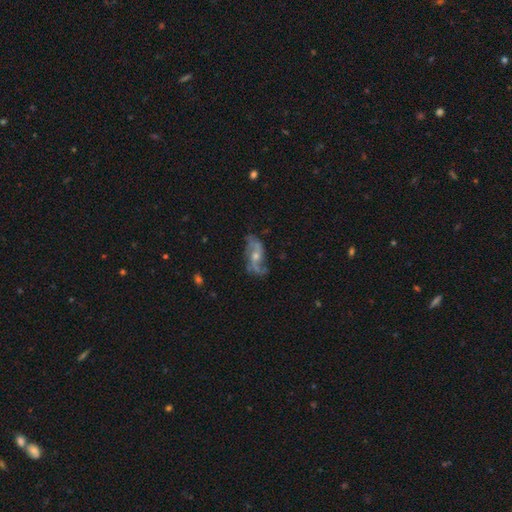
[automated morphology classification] A featured or disk galaxy (81%) with no bar (54%), 2 (83%) loose (64%) spiral arms (91%) and a moderate central bulge (55%). Merging: none (64%).